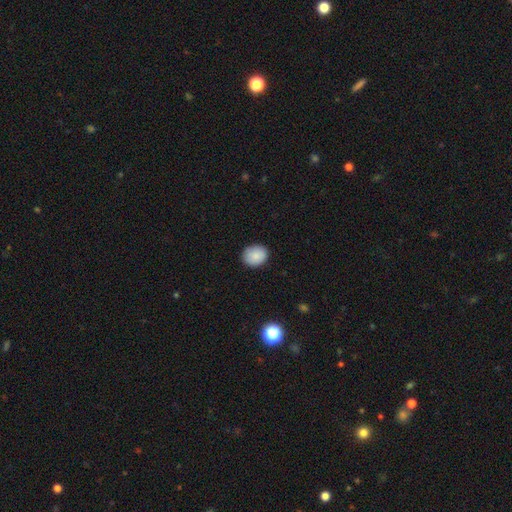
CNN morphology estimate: A smooth galaxy with no disk features (87%) that is round (54%). Merging: none (87%).